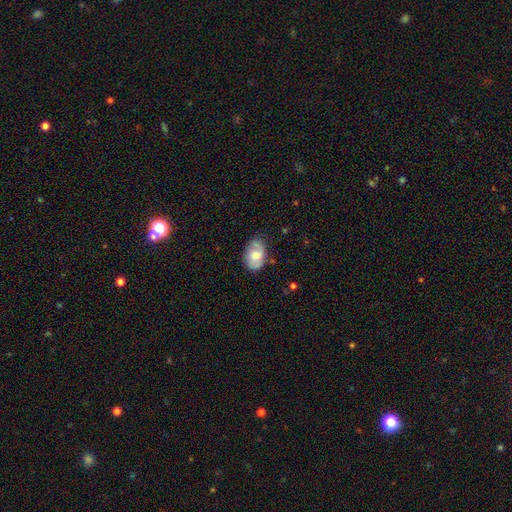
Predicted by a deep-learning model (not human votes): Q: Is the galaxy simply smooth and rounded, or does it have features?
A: smooth — 56%.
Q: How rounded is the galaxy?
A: in between — 86%.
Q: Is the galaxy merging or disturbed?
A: none — 70%.